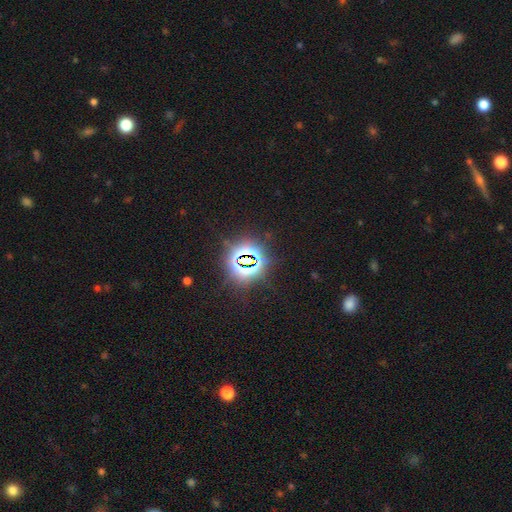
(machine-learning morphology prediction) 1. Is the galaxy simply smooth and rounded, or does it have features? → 82% star or artifact, 11% smooth, 7% featured or disk.